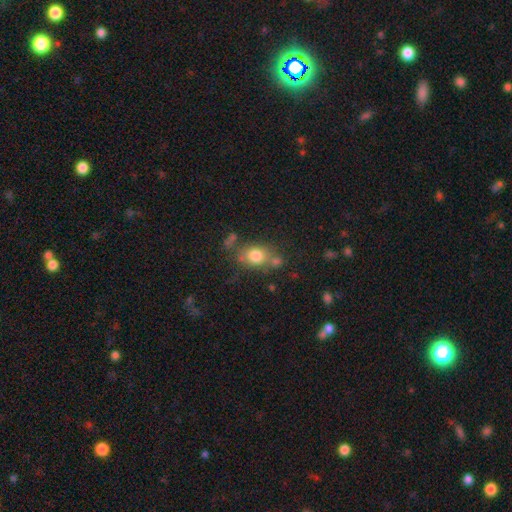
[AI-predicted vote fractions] A smooth galaxy with no disk features (77%) that is in between round and cigar-shaped (57%).

Vote fractions:
- Smooth or featured? smooth: 77% / featured or disk: 13% / star or artifact: 10%
- How rounded? in between: 57% / round: 41% / cigar-shaped: 2%
- Merging? none: 58% / minor disturbance: 19% / merger: 15% / major disturbance: 8%